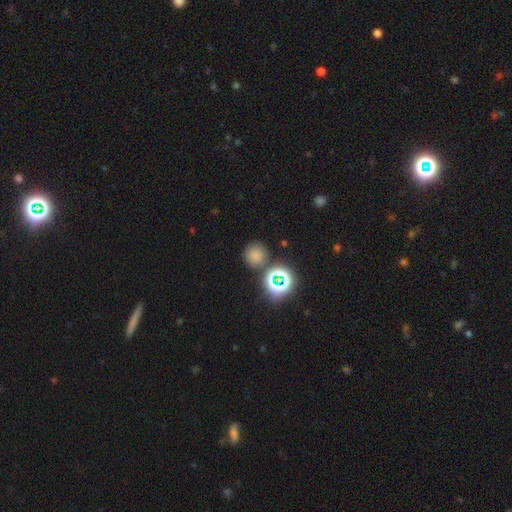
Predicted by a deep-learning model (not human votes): The model was most divided on "smooth or featured": smooth: 70%, star or artifact: 24%, featured or disk: 6%. More confident: how rounded — round (90%); merging — none (78%).